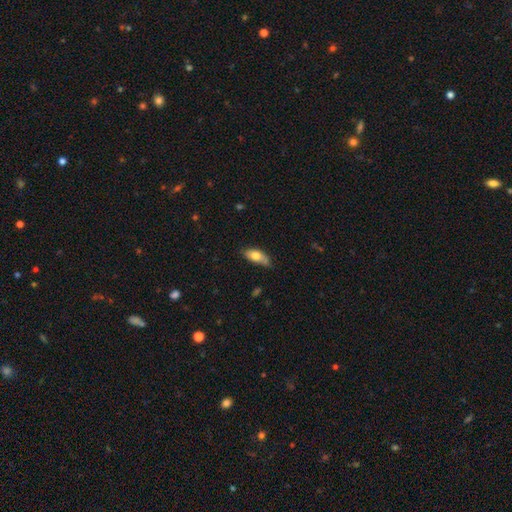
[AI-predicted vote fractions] Smooth or featured: smooth — 72% (featured or disk — 22%)
How rounded: in between — 80% (cigar-shaped — 17%)
Merging: none — 63% (minor disturbance — 30%)